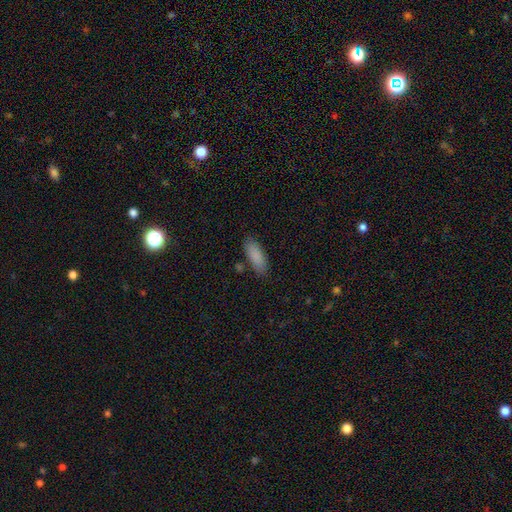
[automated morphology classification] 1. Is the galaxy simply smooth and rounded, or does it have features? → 88% smooth, 6% star or artifact, 6% featured or disk.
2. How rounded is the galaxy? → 70% in between, 28% cigar-shaped, 2% round.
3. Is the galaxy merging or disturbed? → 83% none, 11% minor disturbance, 3% merger, 3% major disturbance.